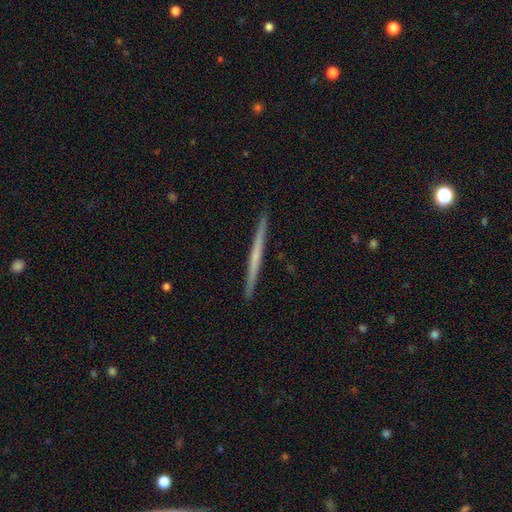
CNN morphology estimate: This appears to be a featured or disk galaxy (58%) viewed edge-on (98%) with no central bulge (84%). Merging: none (93%).